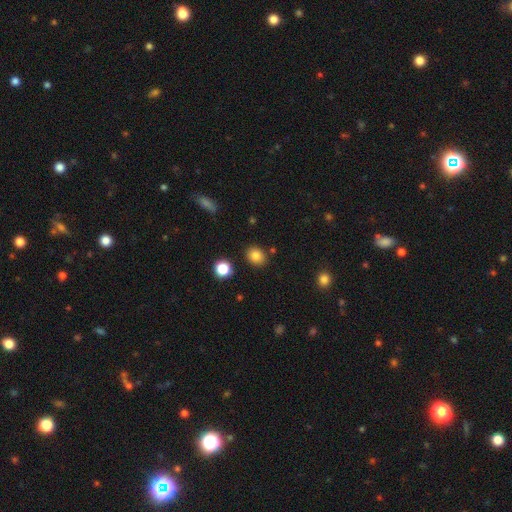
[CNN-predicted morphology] Smooth or featured?
  - smooth: 83% *
  - star or artifact: 11%
  - featured or disk: 6%
How rounded?
  - round: 62% *
  - in between: 37%
  - cigar-shaped: 1%
Merging?
  - none: 86% *
  - minor disturbance: 8%
  - merger: 4%
  - major disturbance: 2%